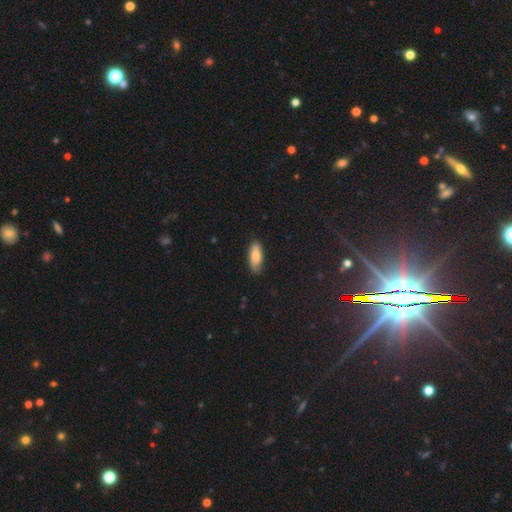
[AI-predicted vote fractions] smooth-or-featured: smooth: 79% | featured or disk: 15% | star or artifact: 6%
  how-rounded: in between: 76% | cigar-shaped: 22% | round: 2%
  merging: none: 79% | minor disturbance: 17% | major disturbance: 3% | merger: 1%